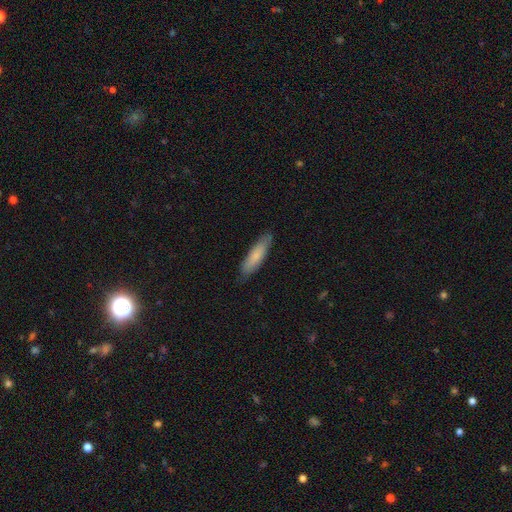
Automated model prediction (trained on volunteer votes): Q: Smooth or featured?
A: smooth (78%); runner-up: featured or disk (16%)
Q: How rounded?
A: cigar-shaped (71%); runner-up: in between (28%)
Q: Merging?
A: none (83%); runner-up: minor disturbance (14%)